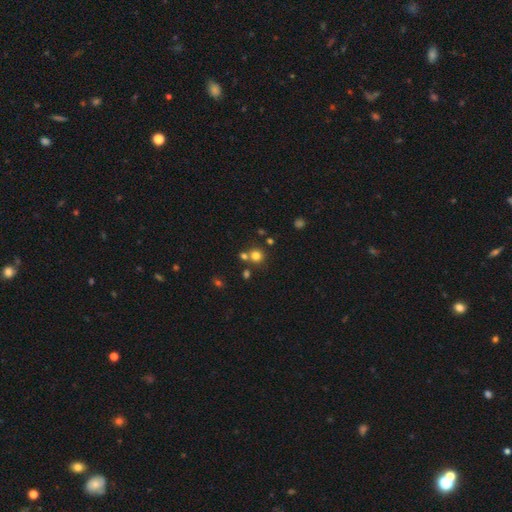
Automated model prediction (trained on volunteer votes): smooth-or-featured: smooth: 76% | star or artifact: 16% | featured or disk: 8%
  how-rounded: round: 90% | in between: 9% | cigar-shaped: 1%
  merging: none: 64% | merger: 25% | minor disturbance: 7% | major disturbance: 3%